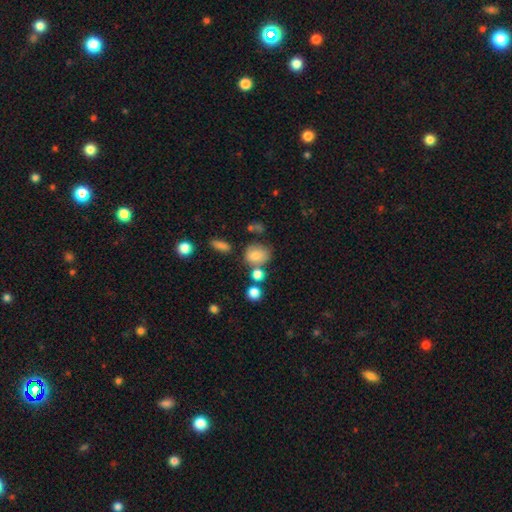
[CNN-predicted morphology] Smooth or featured? Predicted: smooth (p=0.79). How rounded? Predicted: round (p=0.58). Merging? Predicted: none (p=0.61).